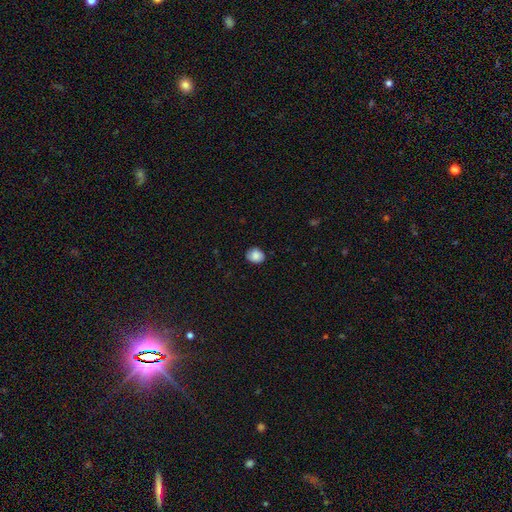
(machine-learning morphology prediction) A smooth galaxy with no disk features (84%) that is round (62%). Merging: none (79%).